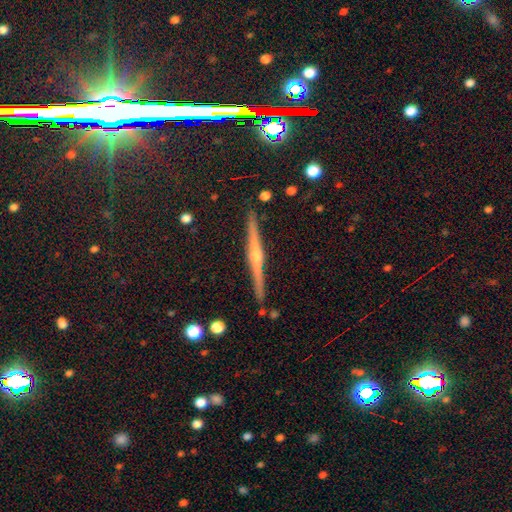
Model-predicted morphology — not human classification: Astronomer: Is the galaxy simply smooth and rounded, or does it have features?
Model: featured or disk — 78%.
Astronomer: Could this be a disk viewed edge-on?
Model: yes — 98%.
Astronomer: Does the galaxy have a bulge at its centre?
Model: rounded — 84%.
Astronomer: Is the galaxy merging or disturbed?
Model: none — 90%.